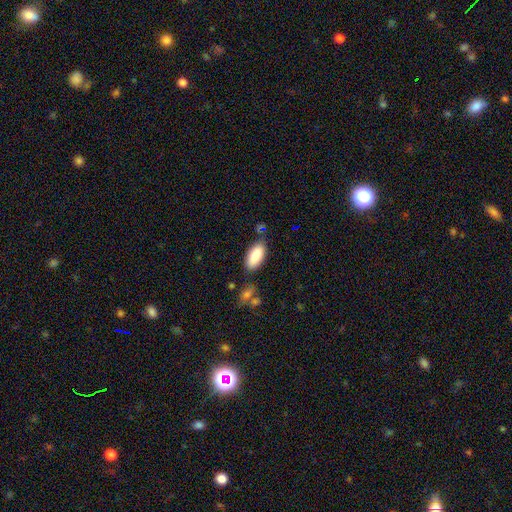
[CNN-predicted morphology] Smooth or featured? smooth (88%)
How rounded? in between (89%)
Merging? none (77%)